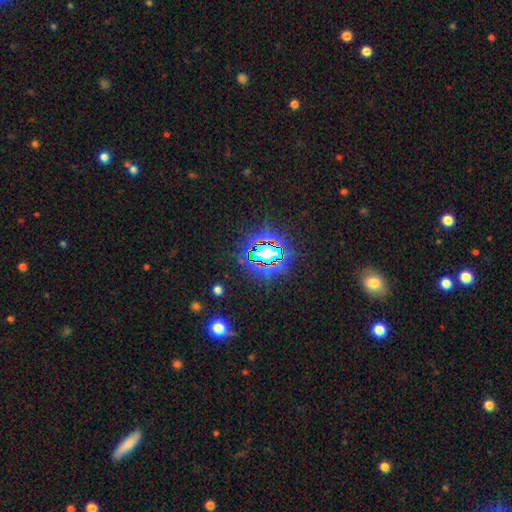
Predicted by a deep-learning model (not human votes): This appears to be a star or artifact, not a galaxy (79%).